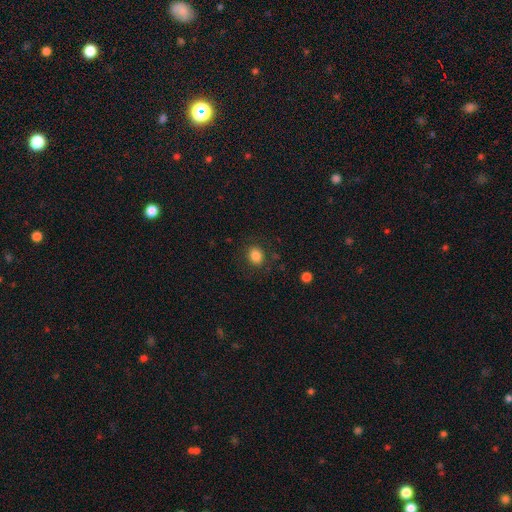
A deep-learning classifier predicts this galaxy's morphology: Smooth or featured? smooth (84%)
How rounded? round (61%)
Merging? none (85%)